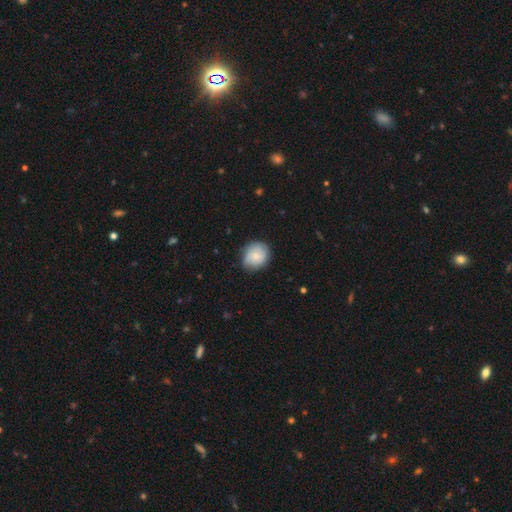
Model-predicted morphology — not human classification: Smooth or featured: smooth — 70% (featured or disk — 23%)
How rounded: round — 69% (in between — 30%)
Merging: none — 75% (minor disturbance — 20%)